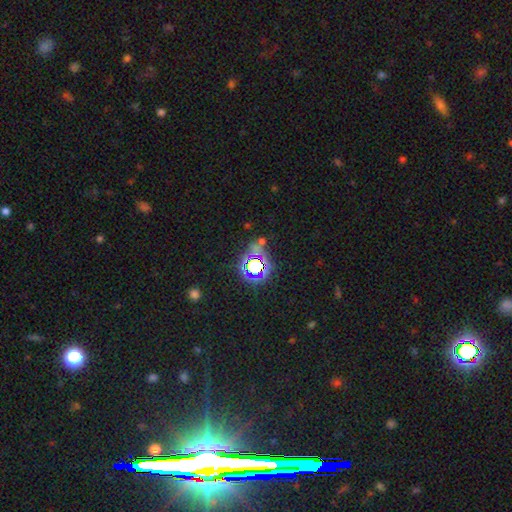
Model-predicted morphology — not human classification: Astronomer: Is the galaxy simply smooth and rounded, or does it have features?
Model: star or artifact — 69%.